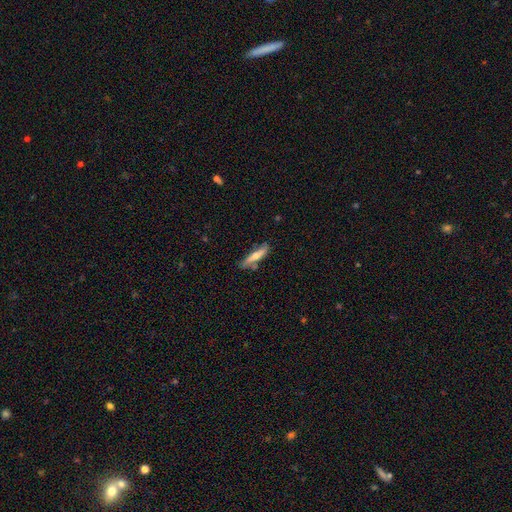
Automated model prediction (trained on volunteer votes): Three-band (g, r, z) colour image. It shows a smooth galaxy with no disk features (52%) that is cigar-shaped (81%). Merging: none (72%).